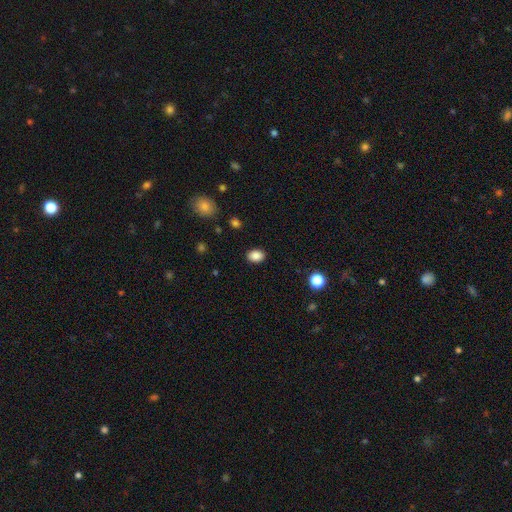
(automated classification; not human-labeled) Smooth or featured? Predicted: smooth (p=0.88). How rounded? Predicted: in between (p=0.73). Merging? Predicted: none (p=0.89).